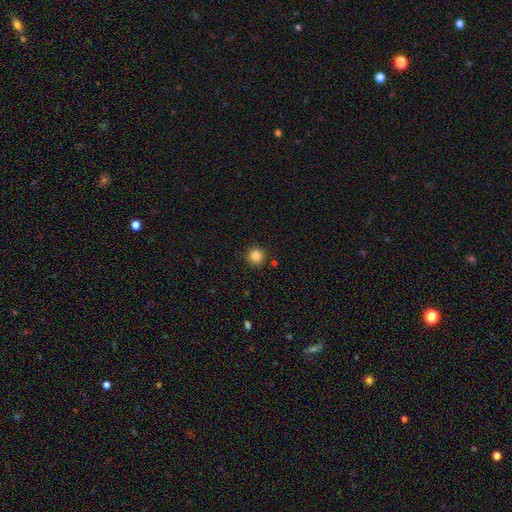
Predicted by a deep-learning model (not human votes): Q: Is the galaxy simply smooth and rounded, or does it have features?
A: smooth — 84%.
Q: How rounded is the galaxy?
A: round — 95%.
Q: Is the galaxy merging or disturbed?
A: none — 90%.